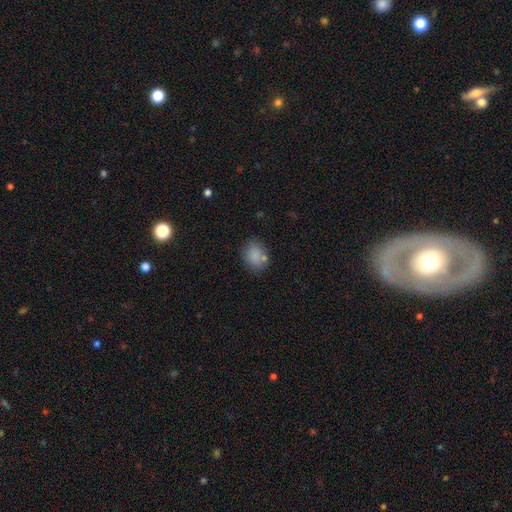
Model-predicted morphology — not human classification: smooth-or-featured: smooth: 83% | star or artifact: 9% | featured or disk: 8%
  how-rounded: in between: 54% | round: 45% | cigar-shaped: 1%
  merging: none: 69% | minor disturbance: 16% | merger: 10% | major disturbance: 5%